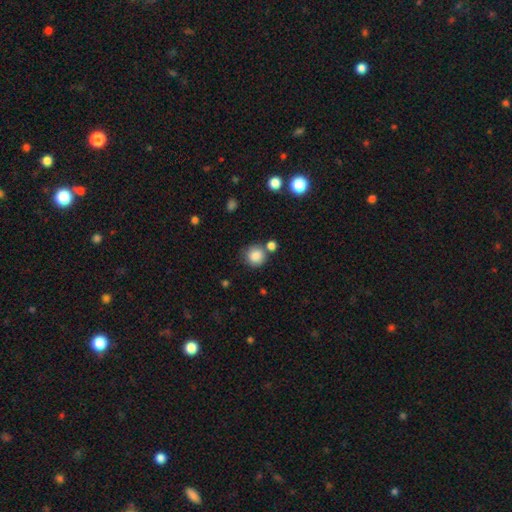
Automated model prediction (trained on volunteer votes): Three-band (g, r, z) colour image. It shows a smooth galaxy with no disk features (86%) that is round (91%). Merging: none (71%).